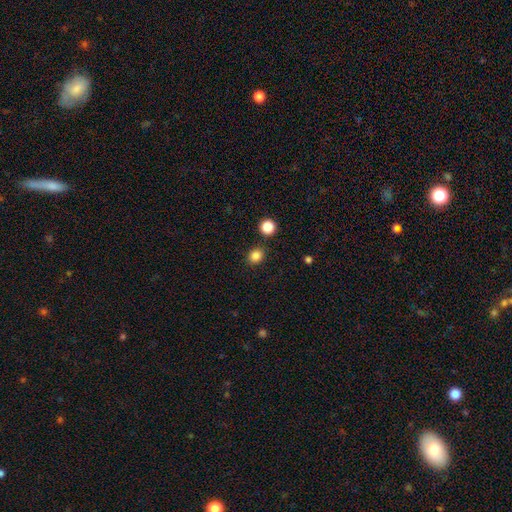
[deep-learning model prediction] Q: Smooth or featured?
A: smooth (84%); runner-up: star or artifact (12%)
Q: How rounded?
A: round (62%); runner-up: in between (37%)
Q: Merging?
A: none (85%); runner-up: minor disturbance (8%)